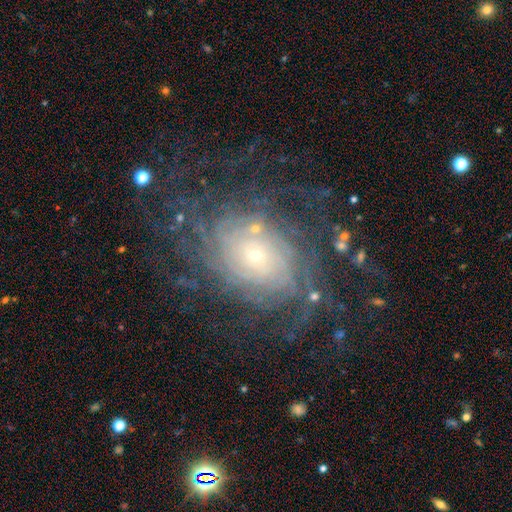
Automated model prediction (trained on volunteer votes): A featured or disk galaxy (84%) with no bar (77%), tight (72%) spiral arms (95%) and a small central bulge (74%).

Vote fractions:
- Smooth or featured? featured or disk: 84% / star or artifact: 8% / smooth: 8%
- Edge-on disk? no: 97% / yes: 3%
- Bar? no: 77% / weak: 17% / strong: 5%
- Spiral arms? yes: 95% / no: 5%
- Spiral winding? tight: 72% / medium: 20% / loose: 8%
- Spiral arm count? can't tell: 31% / more than 4: 29% / 4: 15% / 3: 9% / 2: 8% / 1: 7%
- Bulge size? small: 74% / moderate: 18% / large: 4% / none: 2% / dominant: 2%
- Merging? none: 72% / minor disturbance: 14% / major disturbance: 12% / merger: 2%